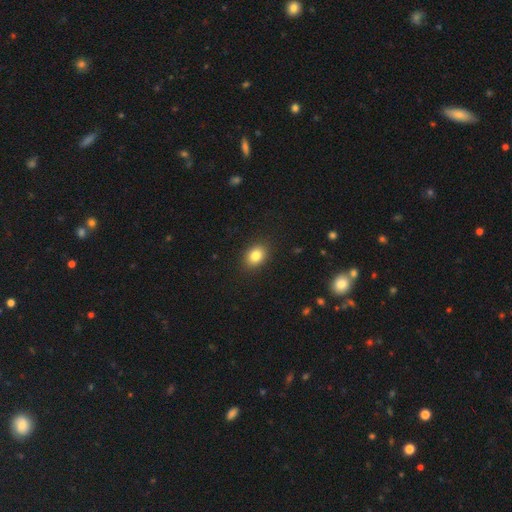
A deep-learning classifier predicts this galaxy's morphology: smooth_or_featured: smooth (p=0.83) [alt: star or artifact p=0.10]
how_rounded: in between (p=0.66) [alt: round p=0.33]
merging: none (p=0.89) [alt: minor disturbance p=0.08]